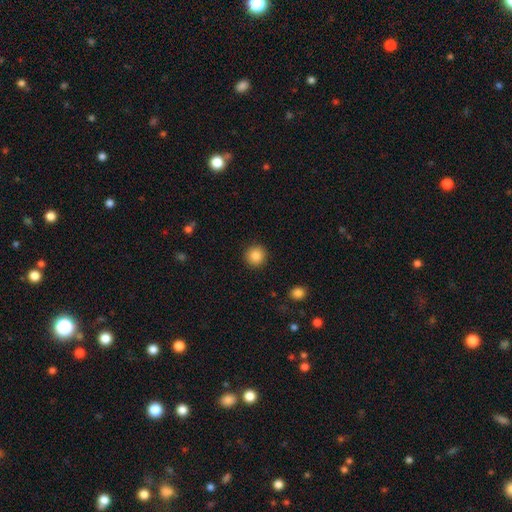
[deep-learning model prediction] smooth_or_featured: smooth (p=0.87) [alt: star or artifact p=0.09]
how_rounded: round (p=0.94) [alt: in between p=0.05]
merging: none (p=0.92) [alt: minor disturbance p=0.05]